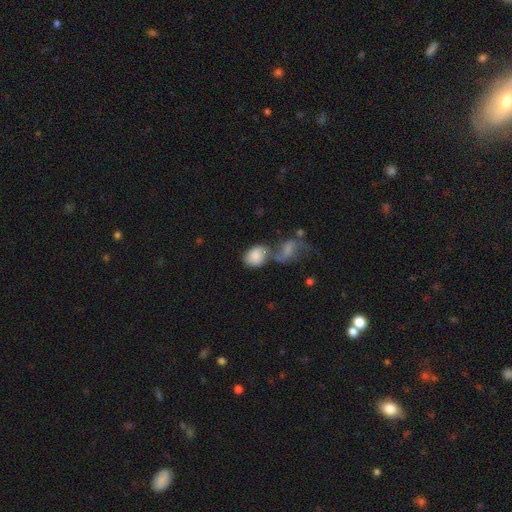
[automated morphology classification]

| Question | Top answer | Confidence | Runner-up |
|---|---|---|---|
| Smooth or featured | smooth | 80% | featured or disk (13%) |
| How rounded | in between | 68% | round (30%) |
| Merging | merger | 56% | none (22%) |